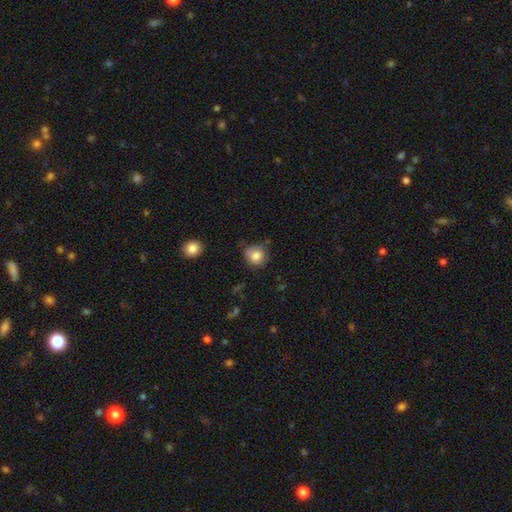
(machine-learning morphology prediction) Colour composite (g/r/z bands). It shows a smooth galaxy with no disk features (80%) that is round (84%). Merging: none (64%).